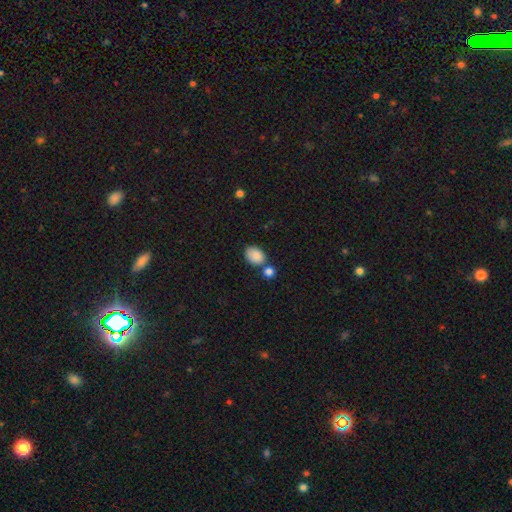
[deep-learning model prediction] Smooth or featured? Predicted: smooth (p=0.86). How rounded? Predicted: in between (p=0.81). Merging? Predicted: none (p=0.58).